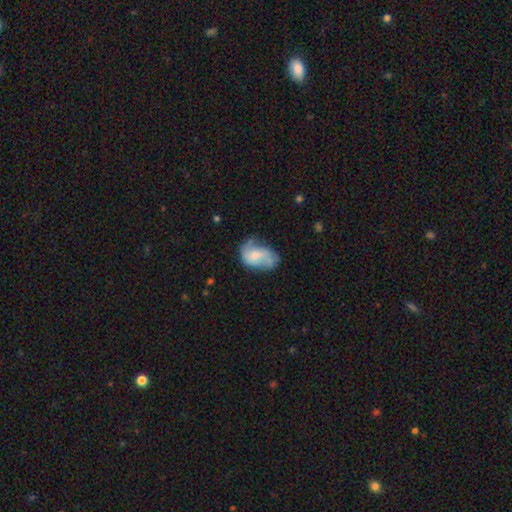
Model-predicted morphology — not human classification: smooth-or-featured: smooth: 52% | featured or disk: 40% | star or artifact: 7%
  how-rounded: in between: 87% | round: 11% | cigar-shaped: 2%
  merging: none: 38% | minor disturbance: 34% | major disturbance: 21% | merger: 7%